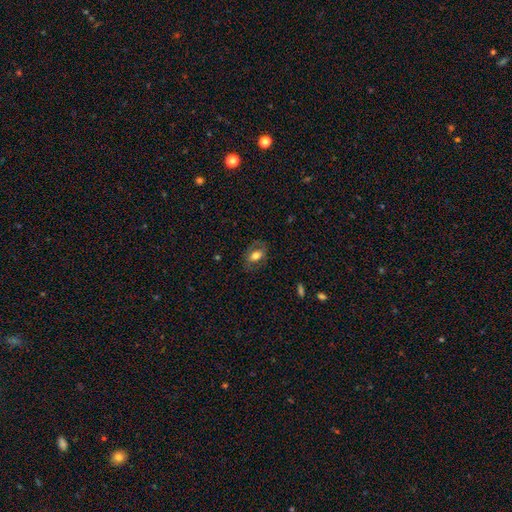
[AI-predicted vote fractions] smooth_or_featured: smooth (p=0.58) [alt: featured or disk p=0.35]
how_rounded: in between (p=0.84) [alt: round p=0.13]
merging: none (p=0.74) [alt: minor disturbance p=0.16]